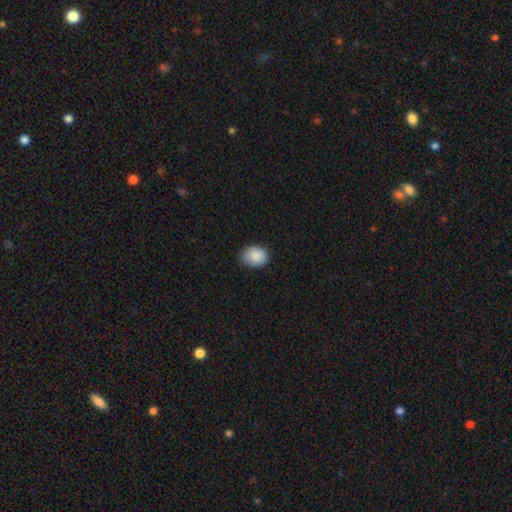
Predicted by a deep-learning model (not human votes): Overall: smooth (88%). How rounded: in between (61%; round 38%). Merging: none (75%).